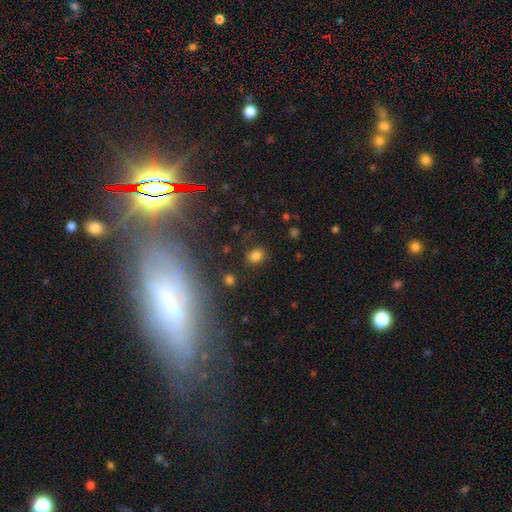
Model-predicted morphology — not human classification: type=smooth (79%); roundness=in between (51%); merging=none (80%).